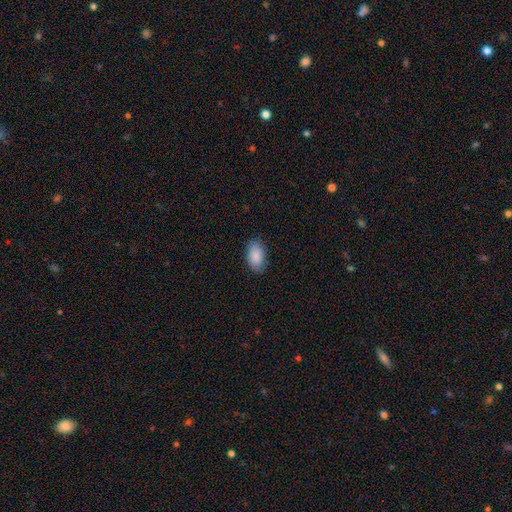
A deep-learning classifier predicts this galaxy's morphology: Q: Smooth or featured?
A: smooth (89%); runner-up: star or artifact (6%)
Q: How rounded?
A: in between (94%); runner-up: round (4%)
Q: Merging?
A: none (85%); runner-up: minor disturbance (11%)